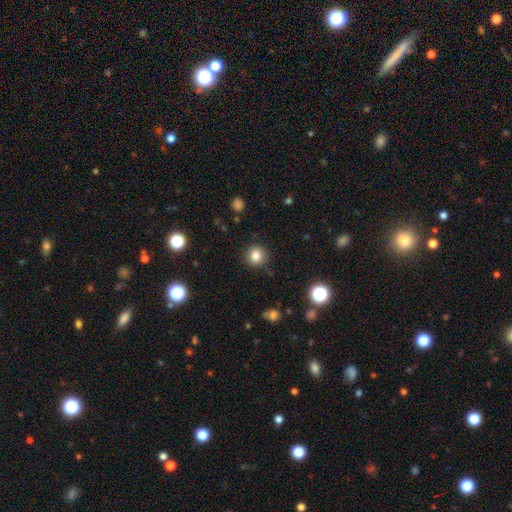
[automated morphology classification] Smooth or featured?
  - smooth: 83% *
  - star or artifact: 12%
  - featured or disk: 5%
How rounded?
  - round: 93% *
  - in between: 6%
  - cigar-shaped: 1%
Merging?
  - none: 90% *
  - minor disturbance: 6%
  - major disturbance: 2%
  - merger: 1%